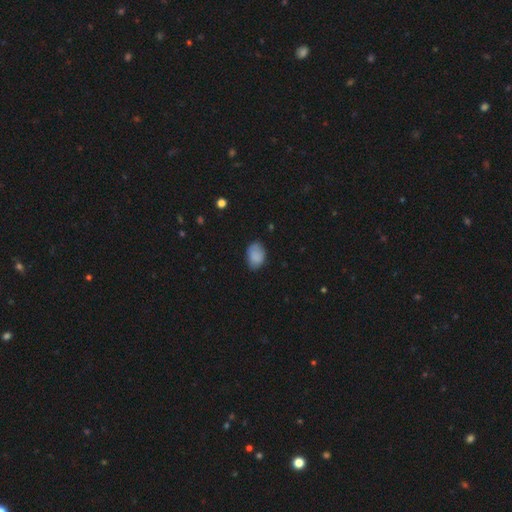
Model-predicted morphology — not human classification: Smooth or featured: smooth — 87% (star or artifact — 8%)
How rounded: in between — 83% (round — 16%)
Merging: none — 75% (minor disturbance — 20%)